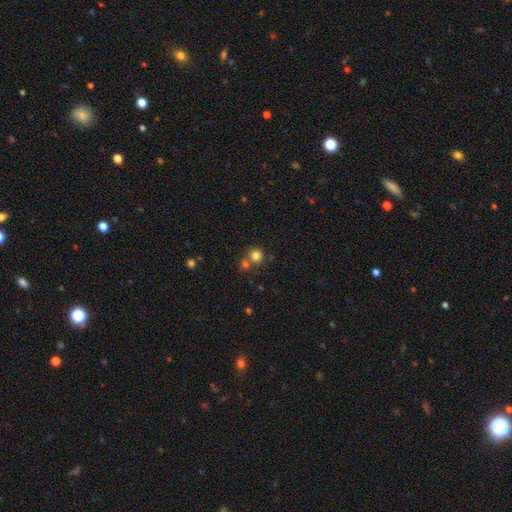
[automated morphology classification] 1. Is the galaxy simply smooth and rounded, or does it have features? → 80% smooth, 13% star or artifact, 7% featured or disk.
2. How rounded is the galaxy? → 90% round, 9% in between, 1% cigar-shaped.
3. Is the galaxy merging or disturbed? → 59% none, 30% merger, 8% minor disturbance, 3% major disturbance.